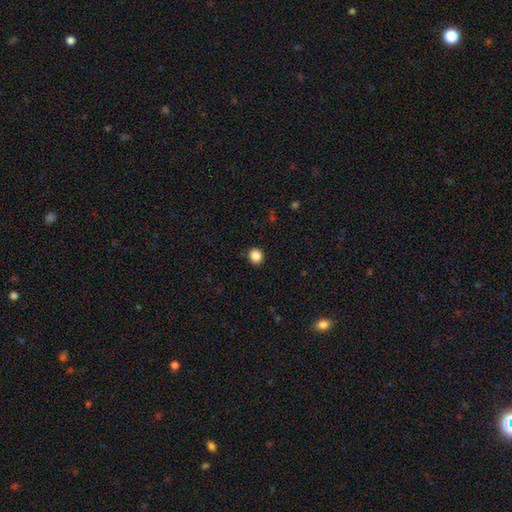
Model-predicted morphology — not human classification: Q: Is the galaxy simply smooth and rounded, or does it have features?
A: smooth — 87%.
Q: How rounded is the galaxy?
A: round — 88%.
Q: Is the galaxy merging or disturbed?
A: none — 92%.